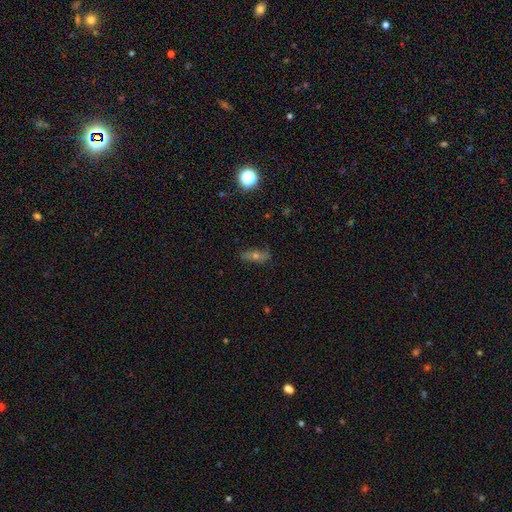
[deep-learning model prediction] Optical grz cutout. It shows a featured or disk galaxy (44%). Merging: none (79%).